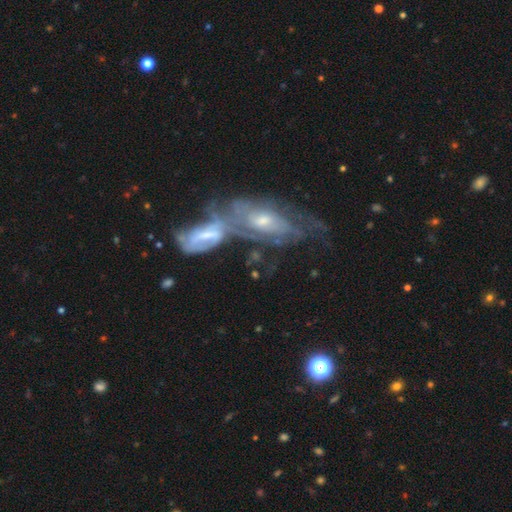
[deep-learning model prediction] Q: Smooth or featured?
A: featured or disk (70%); runner-up: smooth (22%)
Q: Edge-on disk?
A: no (86%); runner-up: yes (14%)
Q: Bar?
A: no (62%); runner-up: weak (29%)
Q: Spiral arms?
A: yes (71%); runner-up: no (29%)
Q: Bulge size?
A: moderate (47%); runner-up: small (39%)
Q: Merging?
A: merger (59%); runner-up: none (19%)